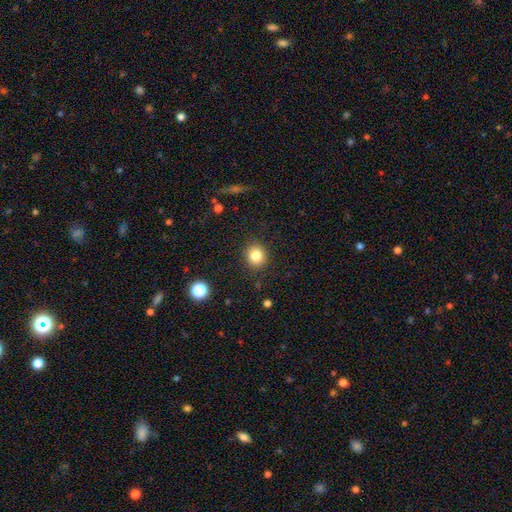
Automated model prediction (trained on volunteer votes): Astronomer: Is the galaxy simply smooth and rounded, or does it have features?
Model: smooth — 83%.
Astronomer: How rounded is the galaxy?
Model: round — 83%.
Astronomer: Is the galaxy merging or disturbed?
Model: none — 90%.